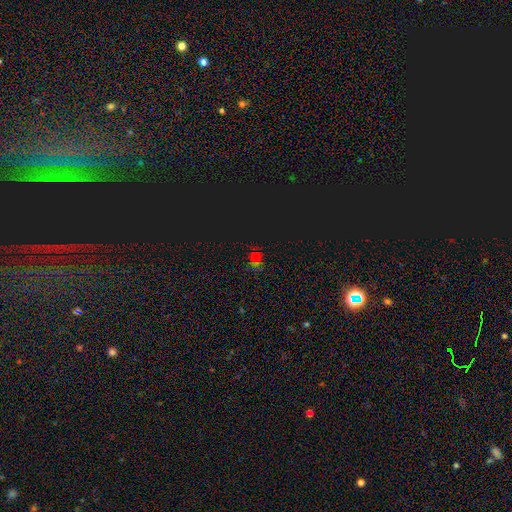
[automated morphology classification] Smooth or featured? Predicted: star or artifact (p=0.64).